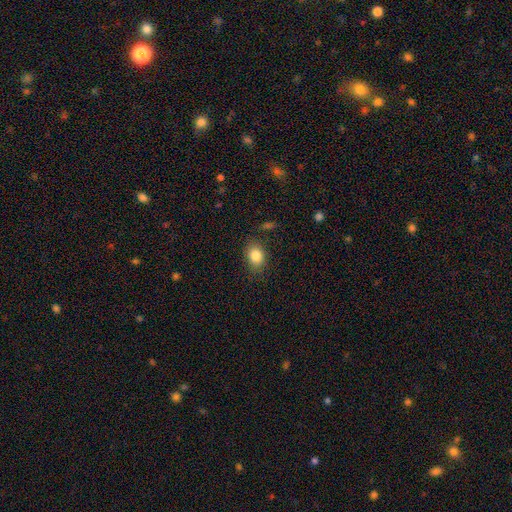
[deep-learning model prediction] The model was most divided on "how rounded": in between: 60%, round: 39%, cigar-shaped: 1%. More confident: smooth or featured — smooth (84%); merging — none (81%).